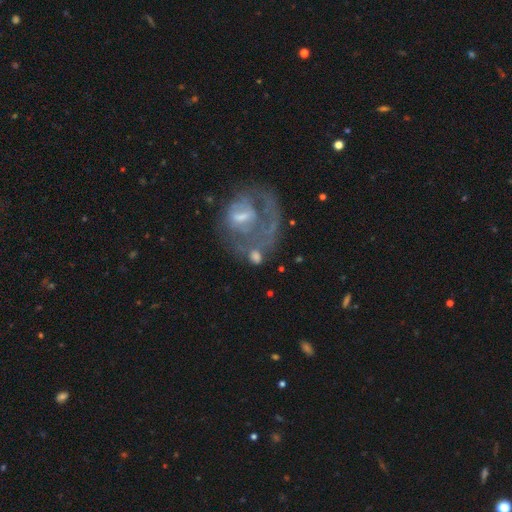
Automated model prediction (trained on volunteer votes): Smooth or featured: featured or disk — 60% (smooth — 28%)
Edge-on disk: no — 96% (yes — 4%)
Bar: no — 47% (weak — 38%)
Spiral arms: no — 53% (yes — 47%)
Bulge size: moderate — 41% (small — 31%)
Merging: none — 37% (major disturbance — 31%)